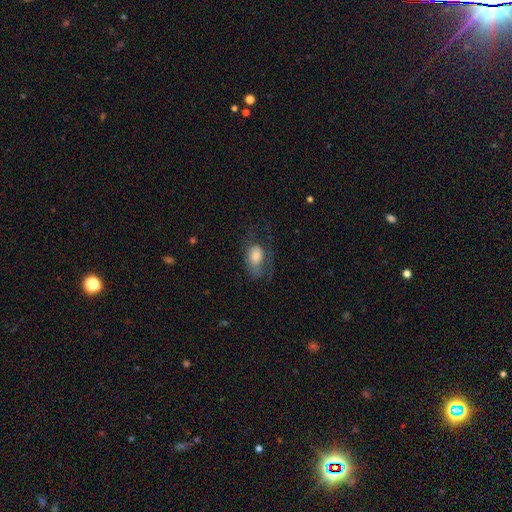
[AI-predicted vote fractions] smooth 64%, featured or disk 27%, star or artifact 9%. Down the decision tree: how rounded — in between (84%); merging — major disturbance (38%, tied with none).